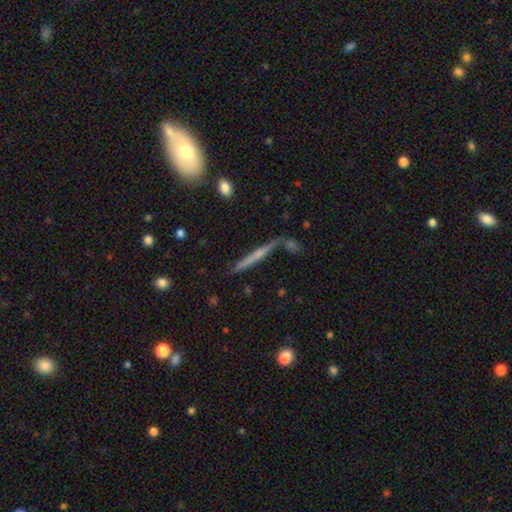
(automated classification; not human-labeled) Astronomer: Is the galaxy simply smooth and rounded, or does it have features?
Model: featured or disk — 56% (runner-up: smooth, 35%).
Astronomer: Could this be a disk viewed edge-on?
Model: yes — 95%.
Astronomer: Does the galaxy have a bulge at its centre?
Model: none — 58%.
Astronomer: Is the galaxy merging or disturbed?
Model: none — 75%.